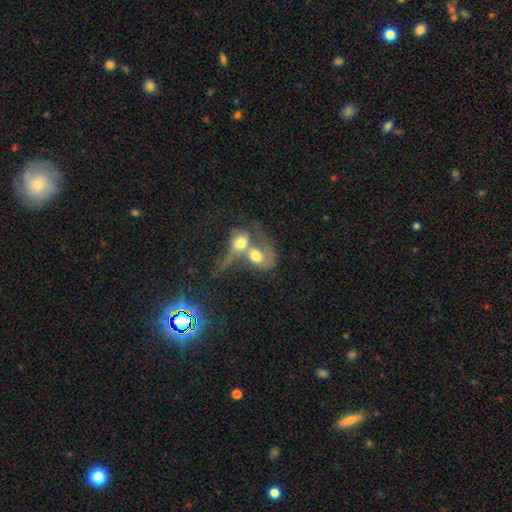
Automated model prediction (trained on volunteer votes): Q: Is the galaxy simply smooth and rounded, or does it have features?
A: smooth — 52%.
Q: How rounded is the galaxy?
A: in between — 65%.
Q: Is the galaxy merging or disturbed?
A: merger — 83%.